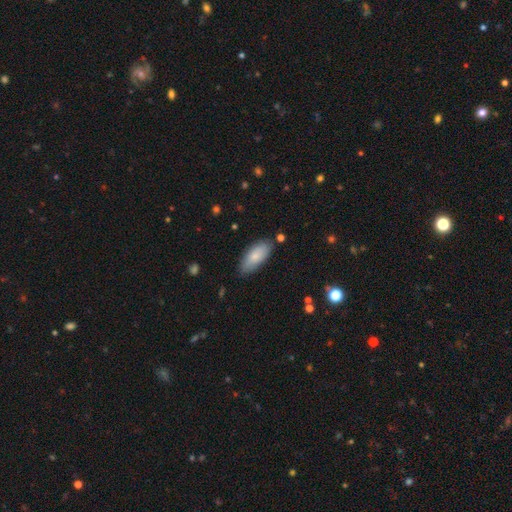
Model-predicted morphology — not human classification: A smooth galaxy with no disk features (79%) that is in between round and cigar-shaped (84%).

Vote fractions:
- Smooth or featured? smooth: 79% / featured or disk: 15% / star or artifact: 6%
- How rounded? in between: 84% / cigar-shaped: 14% / round: 2%
- Merging? none: 79% / minor disturbance: 16% / major disturbance: 3% / merger: 2%